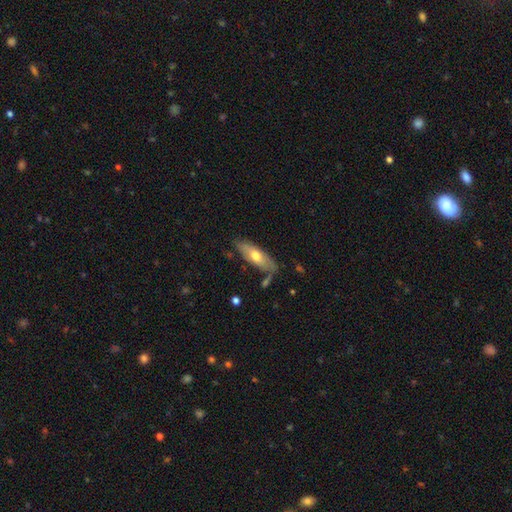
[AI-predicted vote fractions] Smooth or featured? Predicted: smooth (p=0.59). How rounded? Predicted: in between (p=0.62). Merging? Predicted: none (p=0.71).